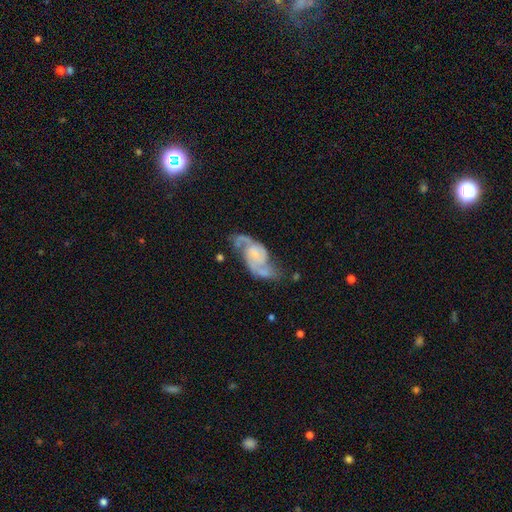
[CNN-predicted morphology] Smooth or featured? Predicted: featured or disk (p=0.87). Edge-on disk? Predicted: no (p=0.96). Bar? Predicted: no (p=0.63). Spiral arms? Predicted: yes (p=0.96). Spiral winding? Predicted: medium (p=0.48). Spiral arm count? Predicted: 2 (p=0.90). Bulge size? Predicted: small (p=0.58). Merging? Predicted: none (p=0.56).